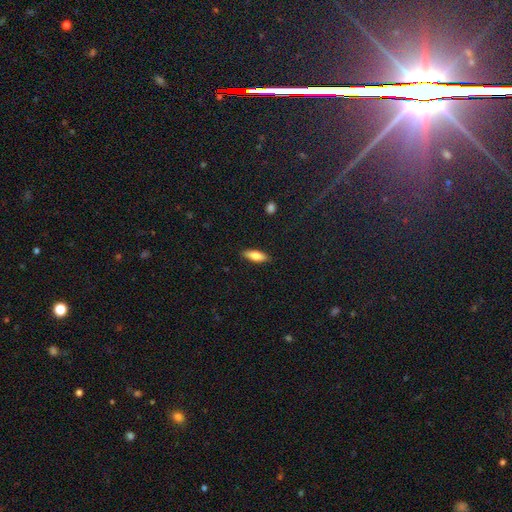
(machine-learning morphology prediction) smooth 75%, featured or disk 19%, star or artifact 6%. Down the decision tree: how rounded — in between (59%); merging — none (88%).